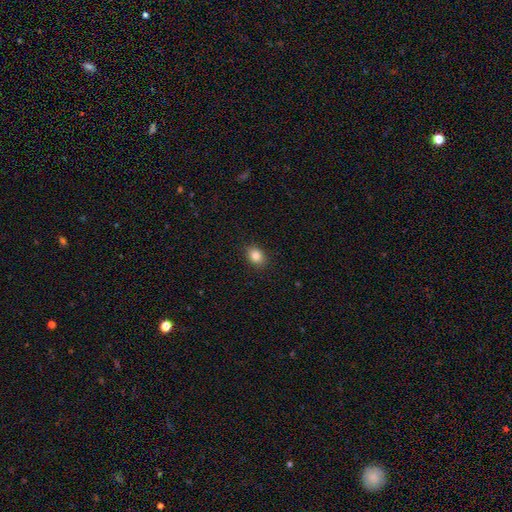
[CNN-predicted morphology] smooth 84%, star or artifact 10%, featured or disk 6%. Down the decision tree: how rounded — in between (60%); merging — none (89%).